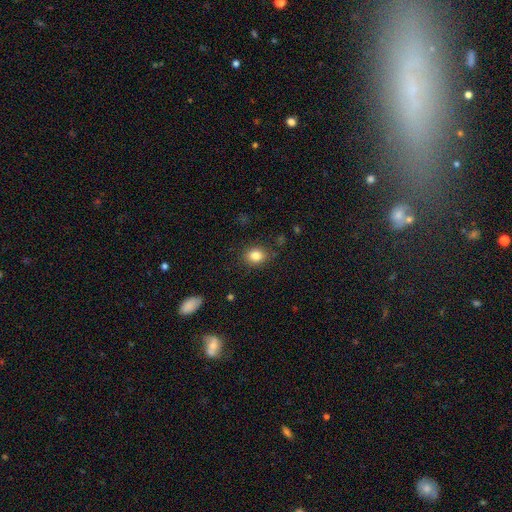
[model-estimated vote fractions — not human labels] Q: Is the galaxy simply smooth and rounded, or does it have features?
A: smooth — 83%.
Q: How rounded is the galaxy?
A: round — 62%.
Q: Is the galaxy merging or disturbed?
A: none — 86%.